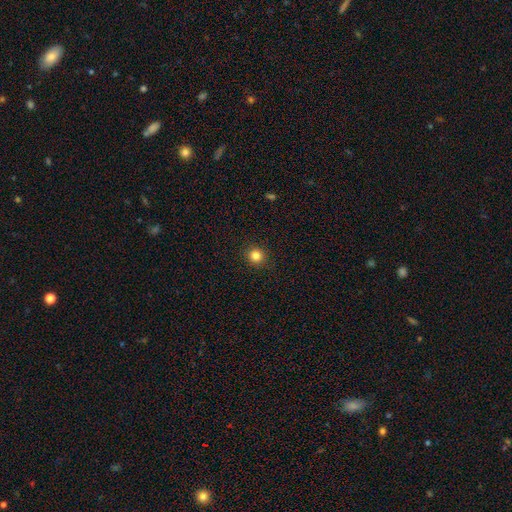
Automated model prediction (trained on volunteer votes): smooth 84%, star or artifact 12%, featured or disk 4%. Down the decision tree: how rounded — round (93%); merging — none (92%).